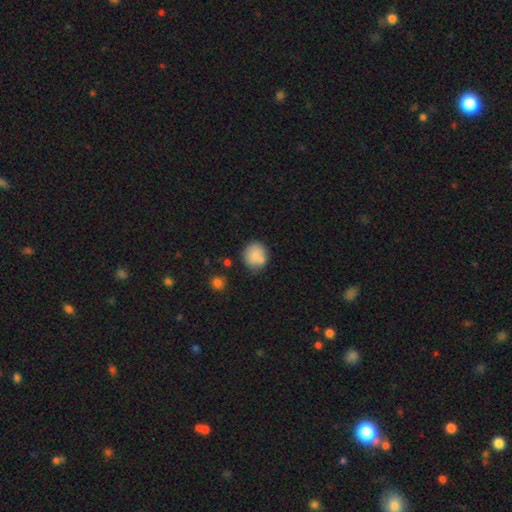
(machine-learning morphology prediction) A smooth galaxy with no disk features (79%) that is round (82%).

Vote fractions:
- Smooth or featured? smooth: 79% / featured or disk: 12% / star or artifact: 9%
- How rounded? round: 82% / in between: 17% / cigar-shaped: 1%
- Merging? none: 65% / merger: 16% / minor disturbance: 15% / major disturbance: 4%